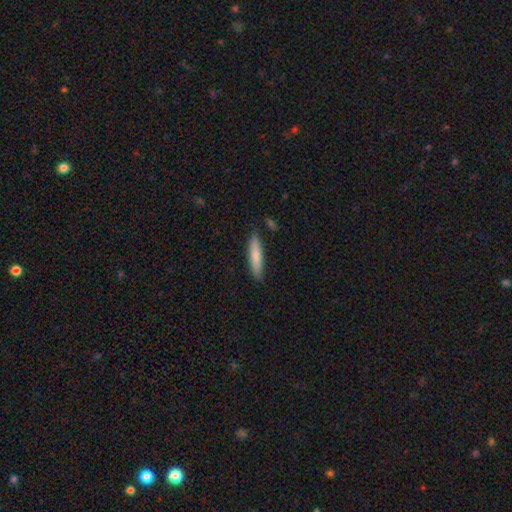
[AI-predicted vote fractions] A smooth galaxy with no disk features (78%) that is cigar-shaped (86%).

Vote fractions:
- Smooth or featured? smooth: 78% / featured or disk: 17% / star or artifact: 5%
- How rounded? cigar-shaped: 86% / in between: 13% / round: 1%
- Merging? none: 86% / minor disturbance: 10% / merger: 2% / major disturbance: 2%